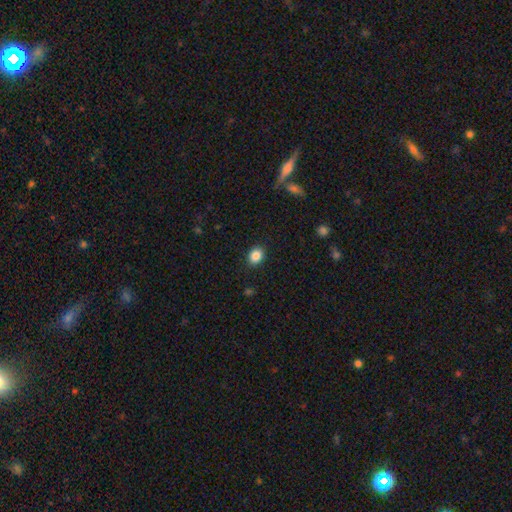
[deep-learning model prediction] Smooth or featured? Predicted: smooth (p=0.87). How rounded? Predicted: round (p=0.50). Merging? Predicted: none (p=0.90).